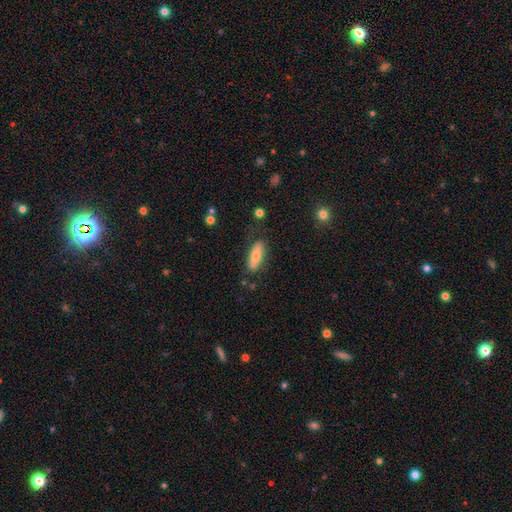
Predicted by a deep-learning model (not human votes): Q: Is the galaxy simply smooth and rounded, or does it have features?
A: smooth — 71%.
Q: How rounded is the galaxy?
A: in between — 59%.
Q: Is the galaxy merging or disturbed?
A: none — 77%.